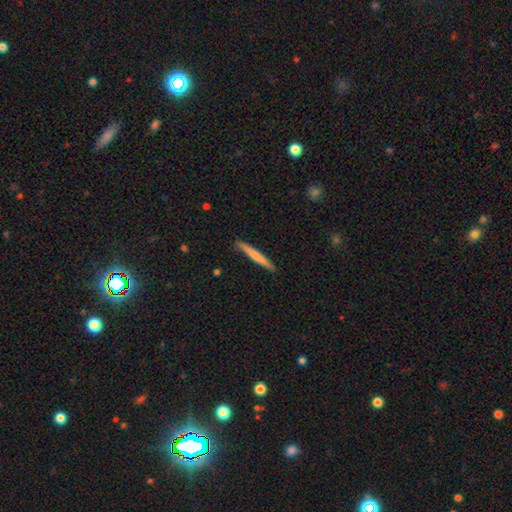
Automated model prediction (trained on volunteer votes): smooth-or-featured: smooth: 65% | featured or disk: 30% | star or artifact: 5%
  how-rounded: cigar-shaped: 96% | in between: 2% | round: 1%
  merging: none: 90% | minor disturbance: 7% | major disturbance: 1% | merger: 1%